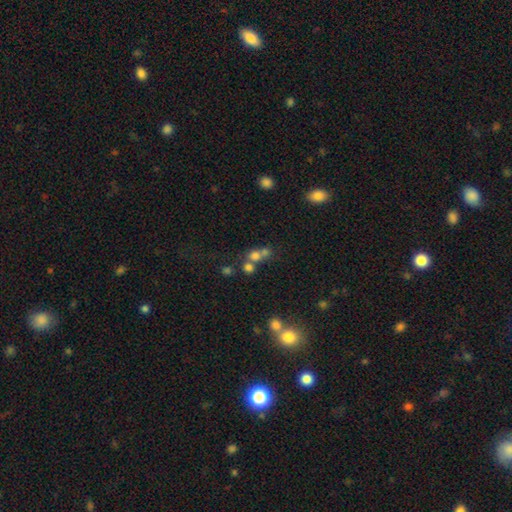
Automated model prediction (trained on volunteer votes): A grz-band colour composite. It shows a smooth galaxy with no disk features (67%) that is round (80%). Merging: merger (51%).